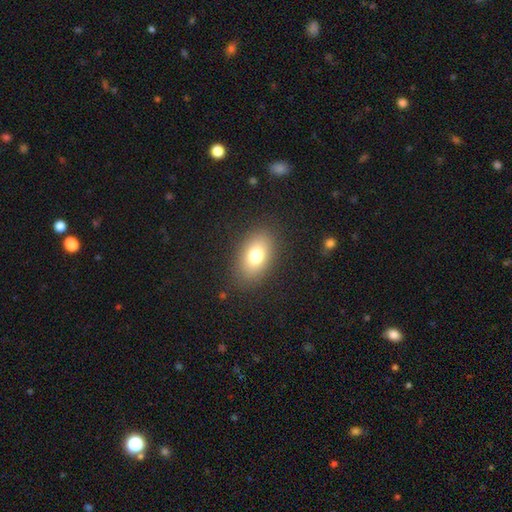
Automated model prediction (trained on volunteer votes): Smooth or featured? Predicted: smooth (p=0.76). How rounded? Predicted: in between (p=0.86). Merging? Predicted: none (p=0.86).